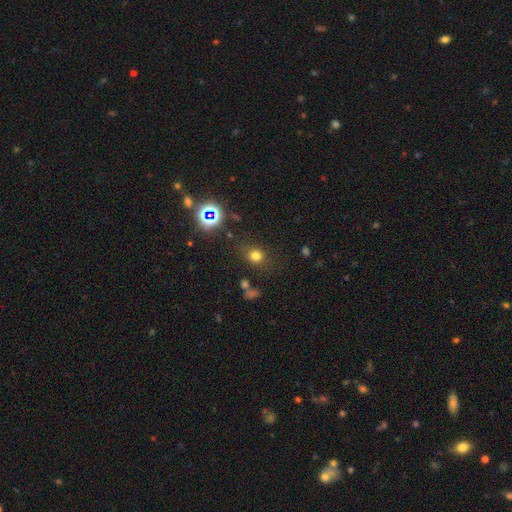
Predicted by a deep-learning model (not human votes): Q: Smooth or featured?
A: smooth (70%); runner-up: star or artifact (22%)
Q: How rounded?
A: round (78%); runner-up: in between (21%)
Q: Merging?
A: none (76%); runner-up: minor disturbance (13%)